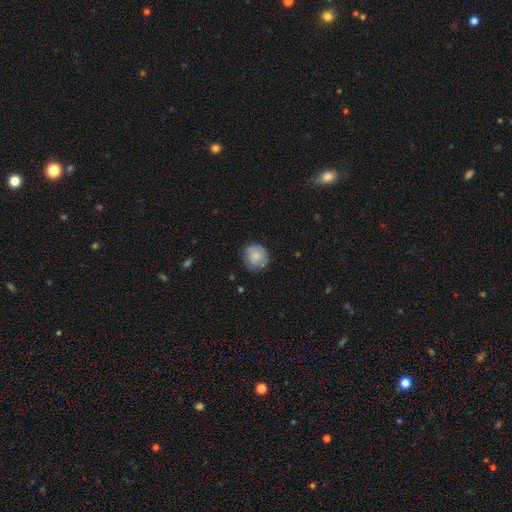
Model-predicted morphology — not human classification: Smooth or featured: smooth — 77% (featured or disk — 16%)
How rounded: round — 84% (in between — 15%)
Merging: none — 72% (minor disturbance — 22%)